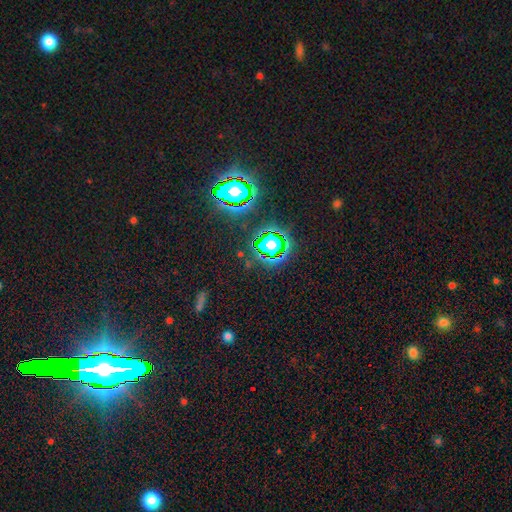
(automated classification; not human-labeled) A star or artifact, not a galaxy (81%).